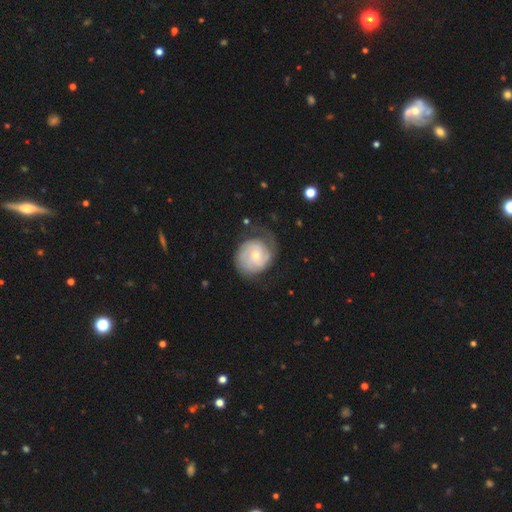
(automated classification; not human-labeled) Smooth or featured: featured or disk — 79% (smooth — 16%)
Edge-on disk: no — 98% (yes — 2%)
Bar: no — 66% (weak — 30%)
Spiral arms: yes — 93% (no — 7%)
Spiral winding: tight — 62% (medium — 29%)
Spiral arm count: 2 — 47% (can't tell — 27%)
Bulge size: small — 57% (moderate — 40%)
Merging: none — 59% (minor disturbance — 24%)